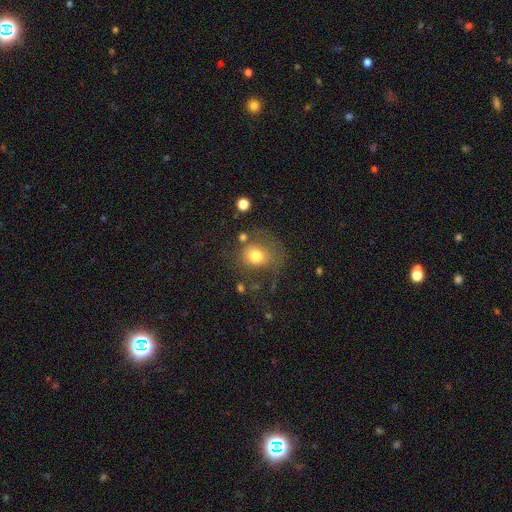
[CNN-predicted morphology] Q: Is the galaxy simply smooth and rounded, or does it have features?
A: smooth — 74%.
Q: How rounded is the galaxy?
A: round — 71%.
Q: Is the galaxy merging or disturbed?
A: none — 56%.